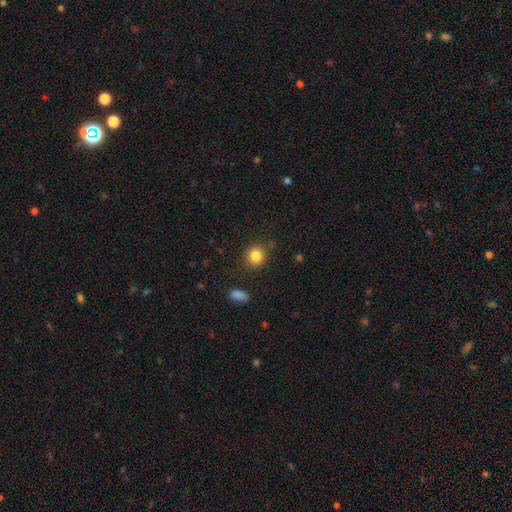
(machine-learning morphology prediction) Overall: smooth (84%). How rounded: round (84%). Merging: none (83%).